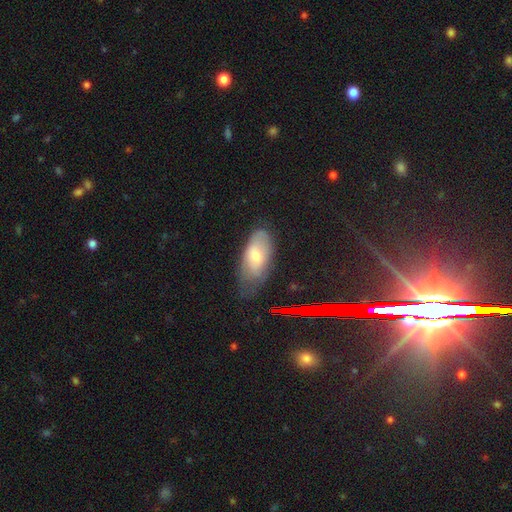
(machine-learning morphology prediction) A smooth galaxy with no disk features (62%) that is in between round and cigar-shaped (89%). Merging: none (48%).